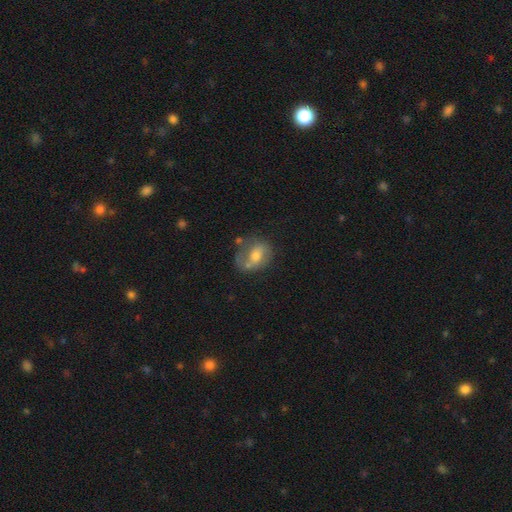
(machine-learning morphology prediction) type=featured or disk (48%); merging=none (50%).